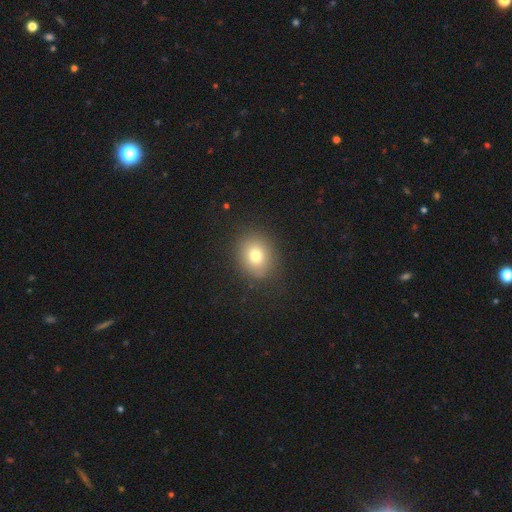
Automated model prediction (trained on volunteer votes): Smooth or featured? smooth (76%)
How rounded? round (63%)
Merging? none (86%)